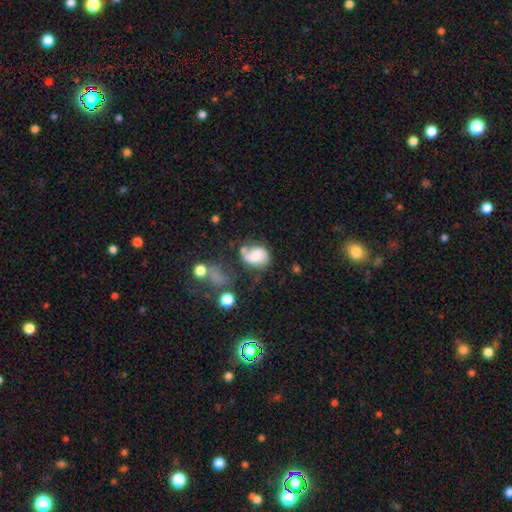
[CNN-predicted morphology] Smooth or featured: featured or disk — 46% (smooth — 44%)
Merging: none — 42% (minor disturbance — 26%)